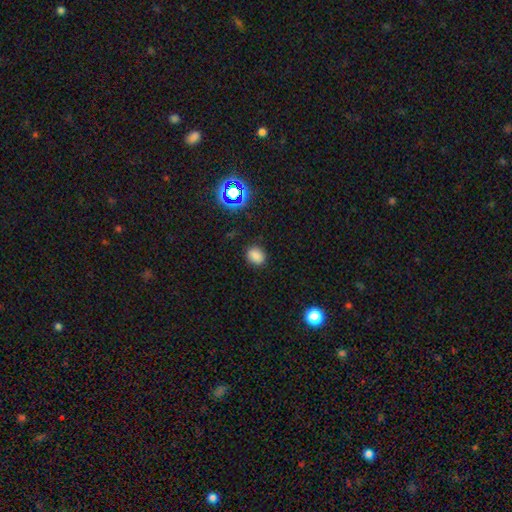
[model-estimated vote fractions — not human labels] smooth_or_featured: smooth (p=0.80) [alt: star or artifact p=0.15]
how_rounded: round (p=0.50) [alt: in between p=0.49]
merging: none (p=0.86) [alt: minor disturbance p=0.10]